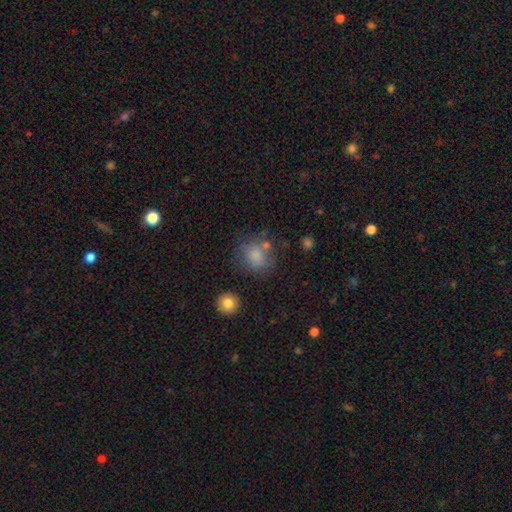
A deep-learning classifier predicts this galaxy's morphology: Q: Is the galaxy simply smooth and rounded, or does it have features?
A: smooth — 77%.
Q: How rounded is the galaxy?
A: round — 76%.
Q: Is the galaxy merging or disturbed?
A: none — 61%.